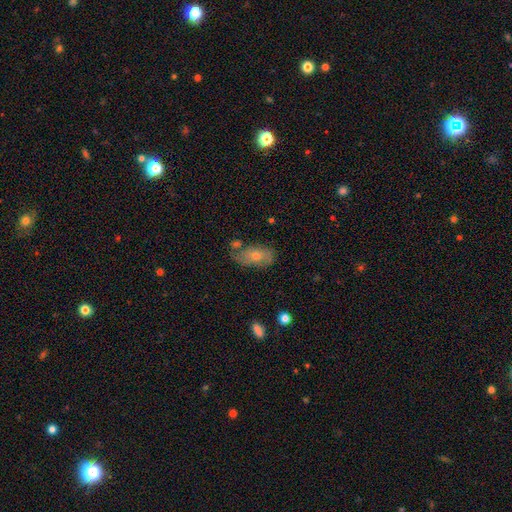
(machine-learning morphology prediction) Smooth or featured?
  - smooth: 45% * (tied)
  - featured or disk: 45% * (tied)
  - star or artifact: 10%
Merging?
  - none: 60% *
  - minor disturbance: 23%
  - merger: 9%
  - major disturbance: 8%